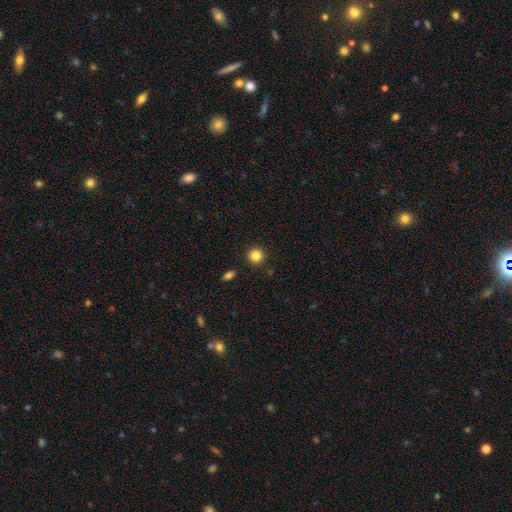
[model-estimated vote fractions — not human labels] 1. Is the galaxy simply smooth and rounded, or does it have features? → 85% smooth, 11% star or artifact, 4% featured or disk.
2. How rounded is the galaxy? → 94% round, 5% in between, 1% cigar-shaped.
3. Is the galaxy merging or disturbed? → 92% none, 5% minor disturbance, 2% major disturbance, 2% merger.